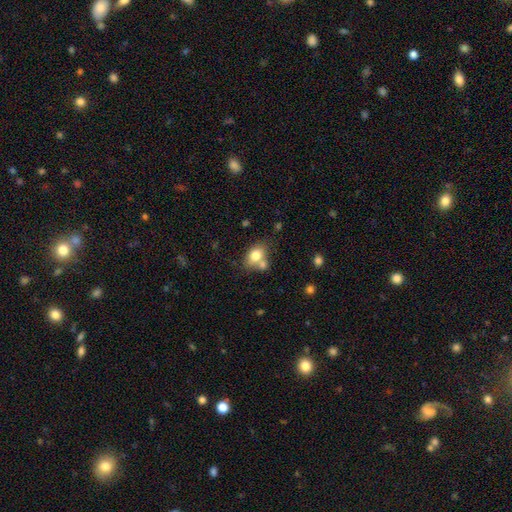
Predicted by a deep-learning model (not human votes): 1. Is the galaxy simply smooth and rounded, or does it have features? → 78% smooth, 13% featured or disk, 9% star or artifact.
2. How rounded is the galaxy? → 71% in between, 28% round, 1% cigar-shaped.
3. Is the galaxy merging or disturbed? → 50% none, 30% merger, 15% minor disturbance, 5% major disturbance.